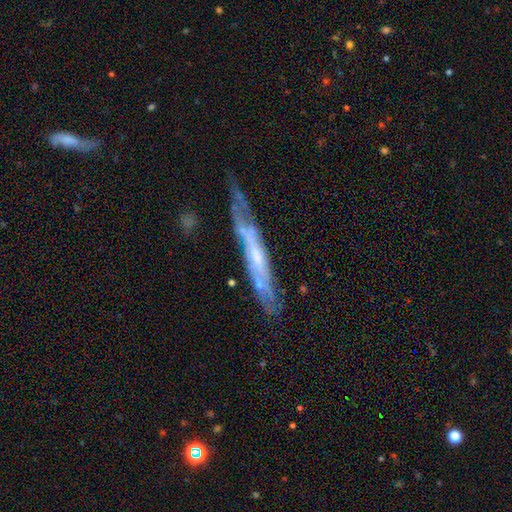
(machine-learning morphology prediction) Smooth or featured: featured or disk — 71% (smooth — 22%)
Edge-on disk: yes — 67% (no — 33%)
Merging: none — 54% (minor disturbance — 28%)